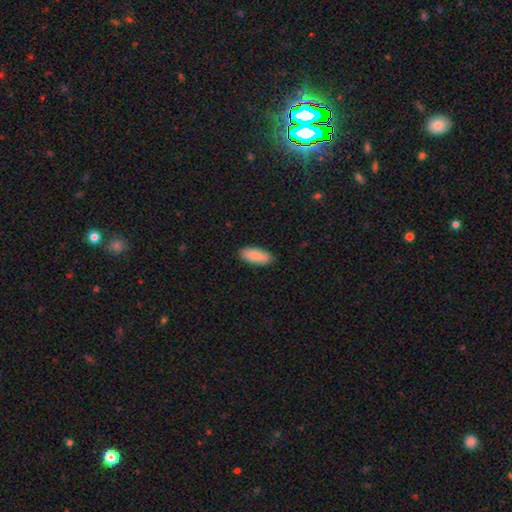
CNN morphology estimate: Smooth or featured: smooth — 88% (featured or disk — 7%)
How rounded: in between — 86% (cigar-shaped — 12%)
Merging: none — 89% (minor disturbance — 9%)